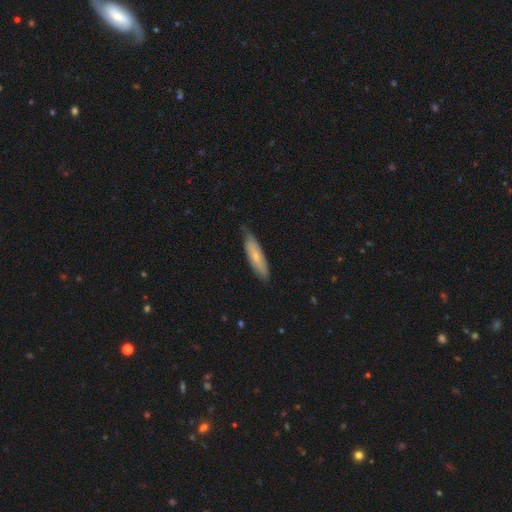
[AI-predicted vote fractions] Morphology: type=smooth (63%); roundness=cigar-shaped (63%); merging=none (72%).